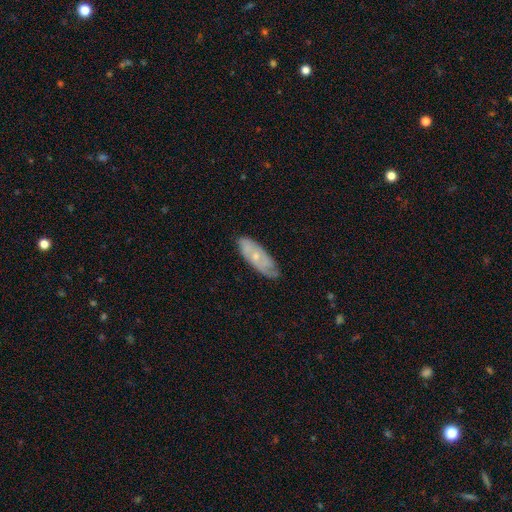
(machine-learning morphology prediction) smooth_or_featured: featured or disk (p=0.59) [alt: smooth p=0.34]
disk_edge_on: no (p=0.84) [alt: yes p=0.16]
merging: none (p=0.72) [alt: minor disturbance p=0.22]